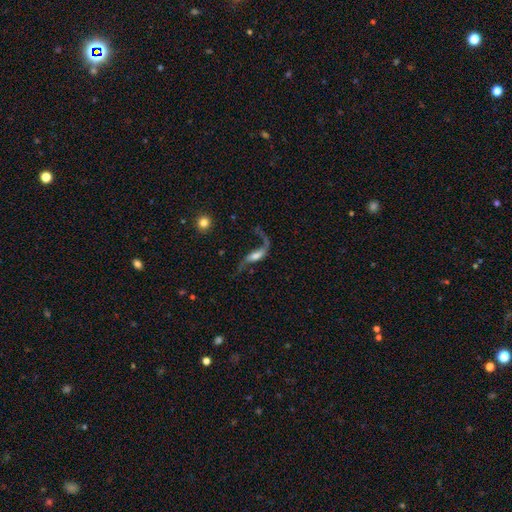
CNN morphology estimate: Smooth or featured? featured or disk (75%)
Edge-on disk? no (86%)
Bar? weak (38%)
Spiral arms? yes (91%)
Spiral winding? loose (93%)
Spiral arm count? 2 (82%)
Bulge size? moderate (37%)
Merging? none (45%)